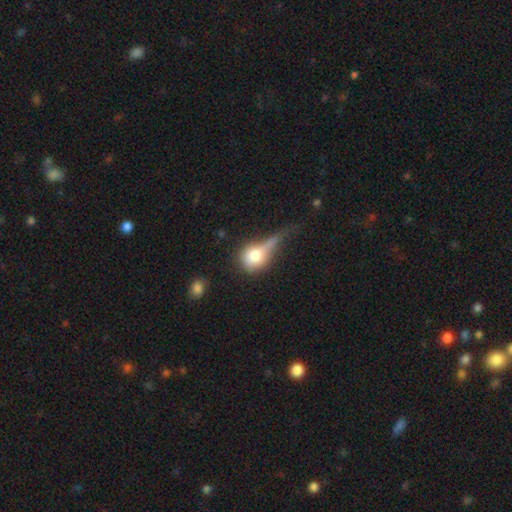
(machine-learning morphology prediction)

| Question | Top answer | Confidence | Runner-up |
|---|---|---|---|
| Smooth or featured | smooth | 69% | featured or disk (22%) |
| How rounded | round | 59% | in between (35%) |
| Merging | major disturbance | 40% | minor disturbance (26%) |